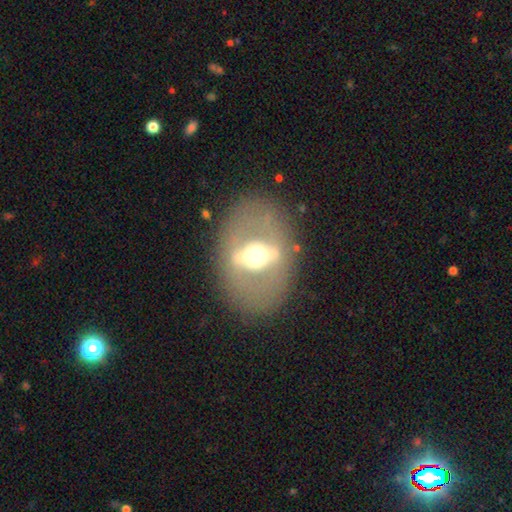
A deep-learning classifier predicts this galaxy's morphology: smooth-or-featured: featured or disk: 71% | smooth: 21% | star or artifact: 8%
  disk-edge-on: no: 75% | yes: 25%
    bar: strong: 71% | weak: 18% | no: 11%
    has-spiral-arms: no: 89% | yes: 11%
    bulge-size: moderate: 56% | large: 32% | small: 5% | dominant: 5% | none: 1%
  merging: none: 79% | minor disturbance: 11% | major disturbance: 8% | merger: 1%